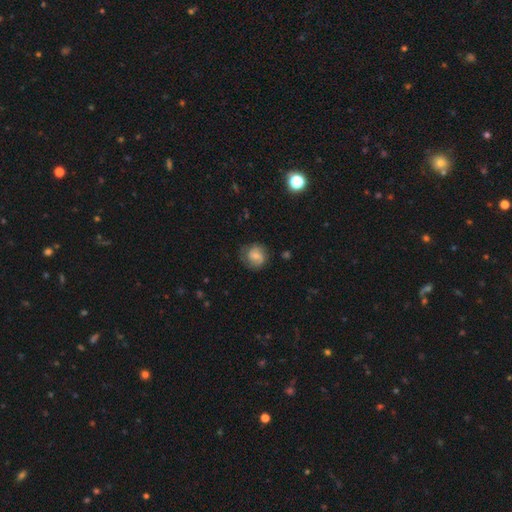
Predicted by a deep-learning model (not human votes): smooth-or-featured: featured or disk: 48% | smooth: 44% | star or artifact: 9%
  merging: none: 70% | minor disturbance: 21% | major disturbance: 8% | merger: 1%